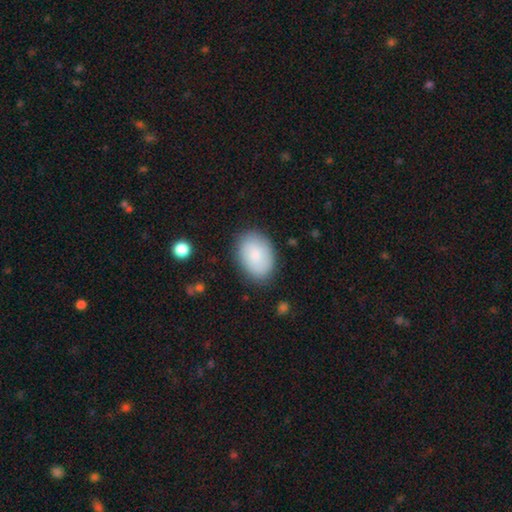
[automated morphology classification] smooth 81%, featured or disk 13%, star or artifact 6%. Down the decision tree: how rounded — in between (85%); merging — none (83%).